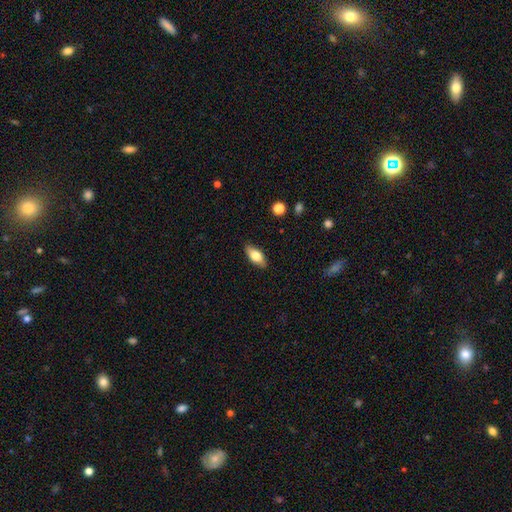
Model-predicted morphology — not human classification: Smooth or featured? smooth (73%)
How rounded? in between (85%)
Merging? none (86%)